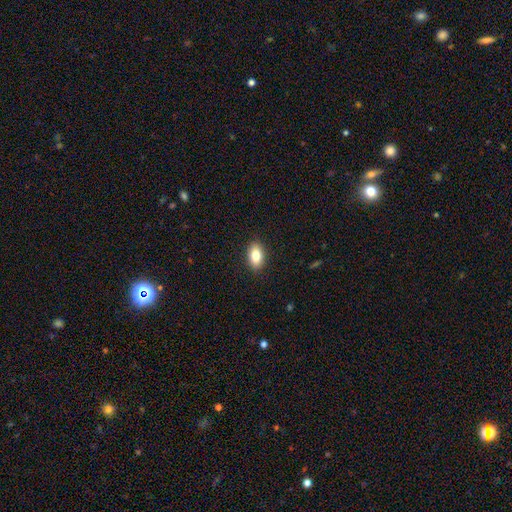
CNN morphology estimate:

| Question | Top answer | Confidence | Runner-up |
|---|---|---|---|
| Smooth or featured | smooth | 81% | featured or disk (11%) |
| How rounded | in between | 89% | round (8%) |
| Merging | none | 90% | minor disturbance (8%) |